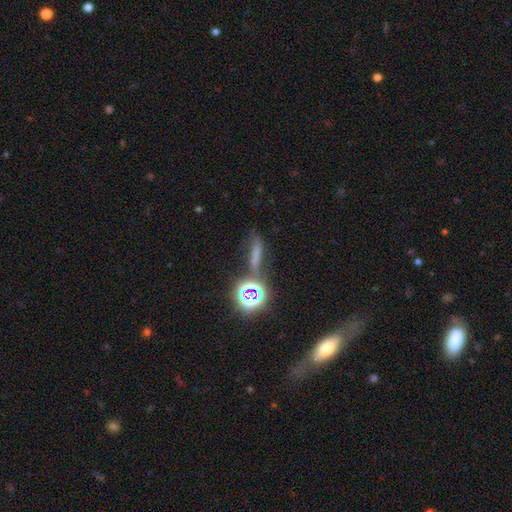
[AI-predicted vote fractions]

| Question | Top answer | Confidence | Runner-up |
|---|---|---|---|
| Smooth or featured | smooth | 53% | star or artifact (32%) |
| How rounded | cigar-shaped | 71% | in between (18%) |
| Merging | none | 63% | minor disturbance (16%) |